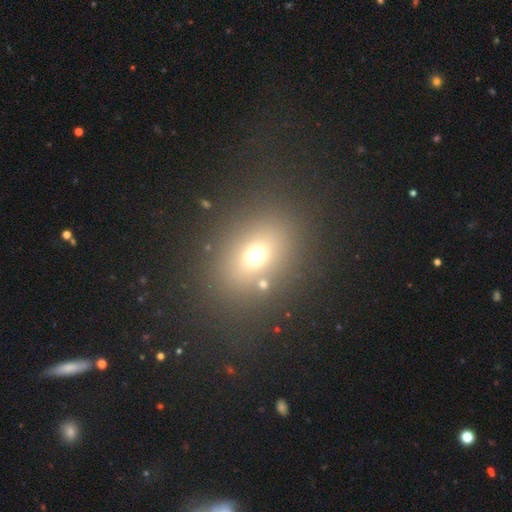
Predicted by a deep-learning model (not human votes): A smooth galaxy with no disk features (66%) that is in between round and cigar-shaped (51%). Merging: none (80%).